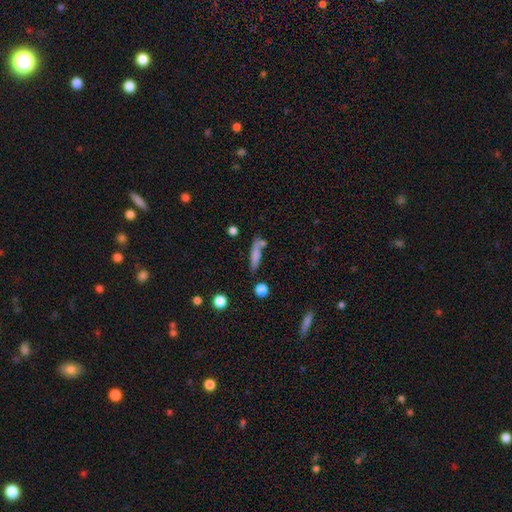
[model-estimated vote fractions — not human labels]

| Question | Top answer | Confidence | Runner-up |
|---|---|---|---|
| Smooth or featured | smooth | 70% | featured or disk (21%) |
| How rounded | cigar-shaped | 78% | in between (19%) |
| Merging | none | 61% | minor disturbance (18%) |